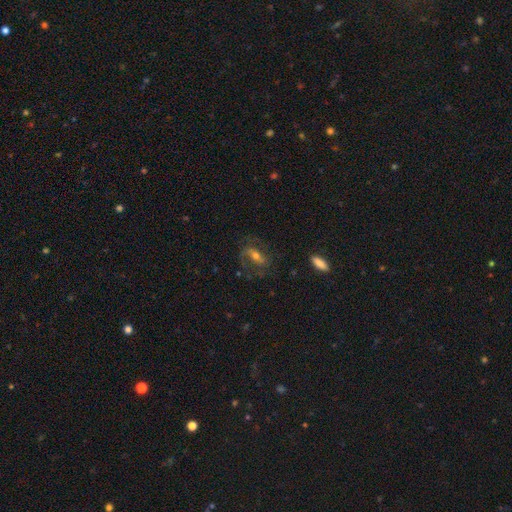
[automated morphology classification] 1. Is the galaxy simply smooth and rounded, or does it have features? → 70% featured or disk, 19% smooth, 10% star or artifact.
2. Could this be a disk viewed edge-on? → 93% no, 7% yes.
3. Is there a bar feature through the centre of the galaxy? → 38% weak, 33% strong, 28% no.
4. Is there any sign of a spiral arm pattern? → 88% yes, 12% no.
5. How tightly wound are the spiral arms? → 48% medium, 31% loose, 21% tight.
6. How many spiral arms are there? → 76% 2, 10% can't tell, 8% 1, 3% 3, 1% 4, 1% more than 4.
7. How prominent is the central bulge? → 54% moderate, 36% small, 6% large, 2% none, 1% dominant.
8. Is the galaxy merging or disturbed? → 66% none, 17% minor disturbance, 15% major disturbance, 2% merger.